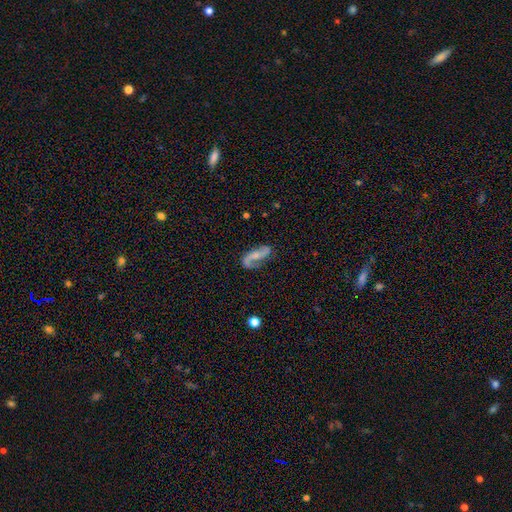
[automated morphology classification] smooth-or-featured: featured or disk: 83% | smooth: 12% | star or artifact: 6%
  disk-edge-on: no: 95% | yes: 5%
    bar: no: 45% | weak: 37% | strong: 19%
    has-spiral-arms: yes: 96% | no: 4%
      spiral-winding: loose: 58% | medium: 33% | tight: 9%
      spiral-arm-count: 2: 88% | 1: 7% | can't tell: 2% | 3: 1% | 4: 1% | more than 4: 1%
    bulge-size: small: 41% | moderate: 28% | none: 26% | large: 4% | dominant: 1%
  merging: none: 71% | minor disturbance: 17% | major disturbance: 9% | merger: 3%